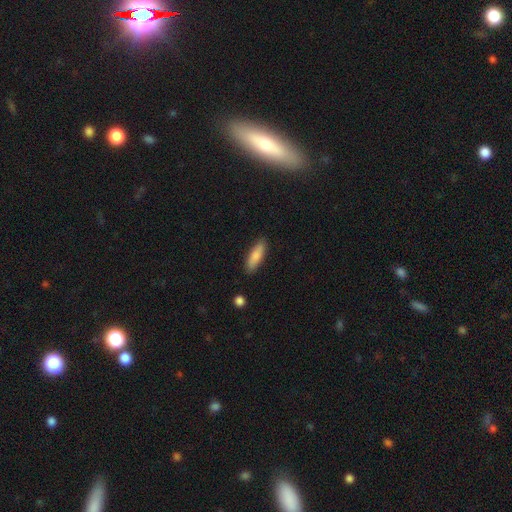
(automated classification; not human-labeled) This appears to be a smooth galaxy with no disk features (83%) that is cigar-shaped (50%). Merging: none (86%).